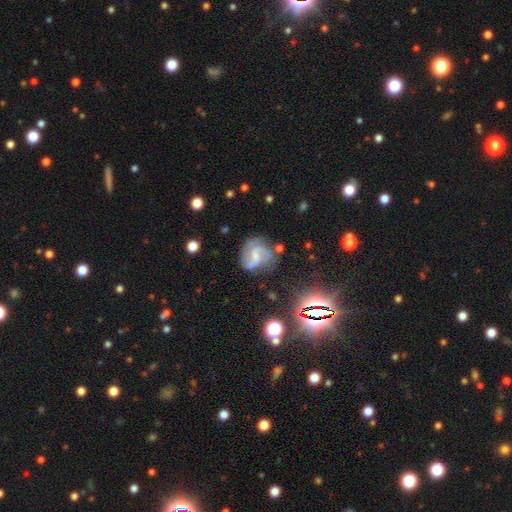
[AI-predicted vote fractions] The model was most divided on "spiral winding": medium: 45%, loose: 37%, tight: 18%. Remaining: edge-on disk — no (97%); spiral arms — yes (89%); smooth or featured — featured or disk (70%); spiral arm count — 2 (69%); merging — none (53%); bar — weak (50%); bulge size — small (42%).